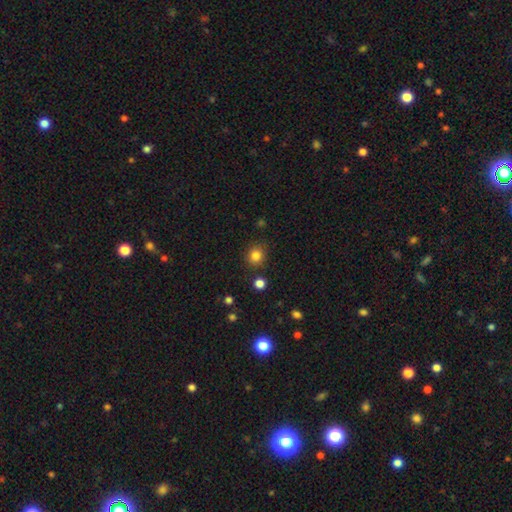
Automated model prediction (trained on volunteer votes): Smooth or featured? Predicted: smooth (p=0.83). How rounded? Predicted: round (p=0.82). Merging? Predicted: none (p=0.84).